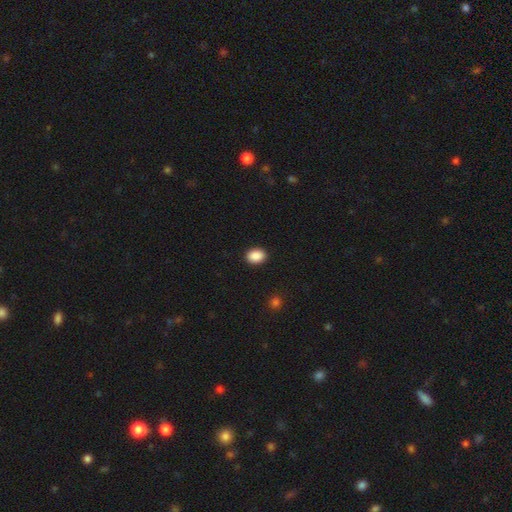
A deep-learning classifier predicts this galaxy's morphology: Overall: smooth (90%). How rounded: in between (69%; round 30%). Merging: none (91%).